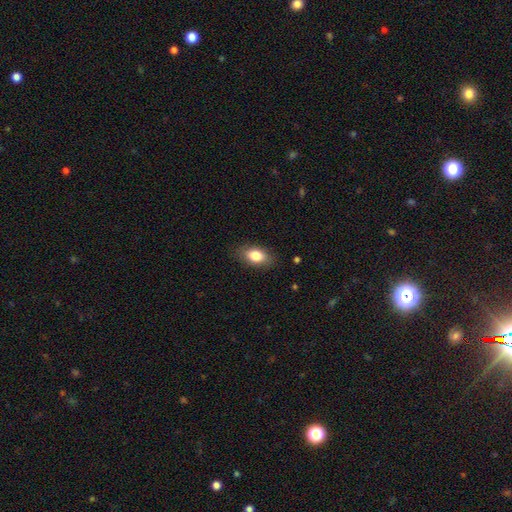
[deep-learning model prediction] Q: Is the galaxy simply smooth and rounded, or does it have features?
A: smooth — 82%.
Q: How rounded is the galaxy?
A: in between — 87%.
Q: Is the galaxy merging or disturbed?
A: none — 84%.